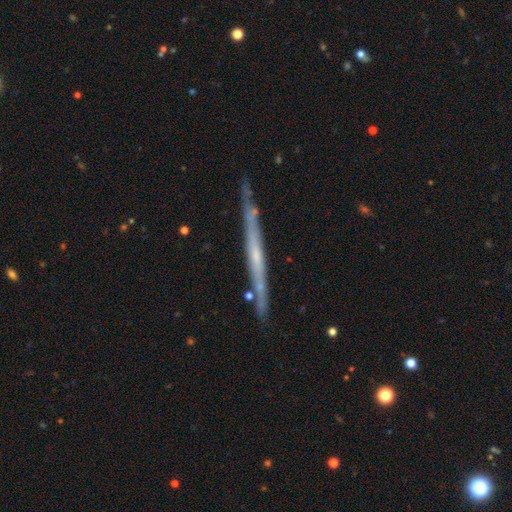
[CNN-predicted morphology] This is likely a featured or disk galaxy (72%). It is clearly viewed edge-on (95%). Edge-on bulge: likely none (72%). Merging: clearly none (82%).